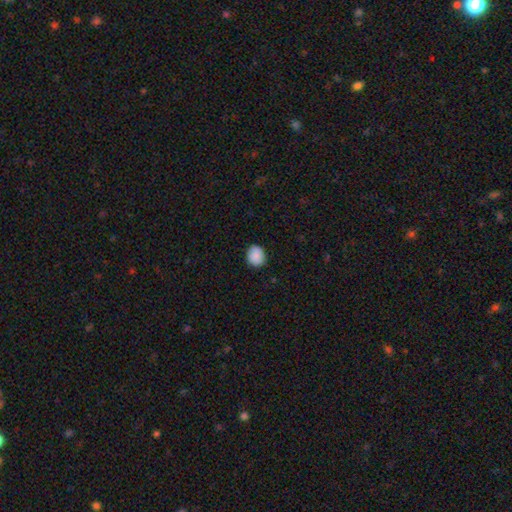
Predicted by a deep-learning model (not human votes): This is clearly a smooth galaxy (88%). How rounded: likely round (69%). Merging: clearly none (85%).